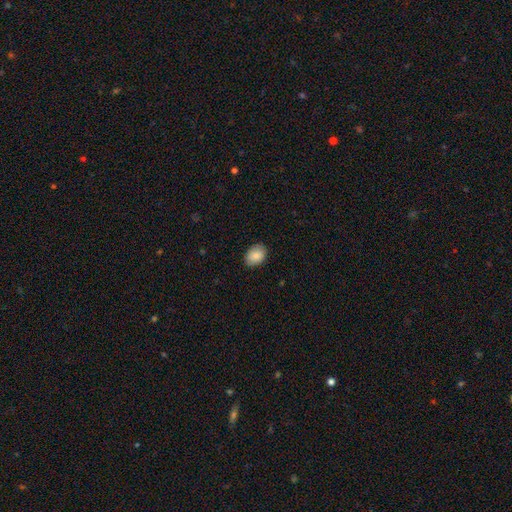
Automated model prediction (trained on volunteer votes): Overall: smooth (85%). How rounded: in between (76%). Merging: none (87%).